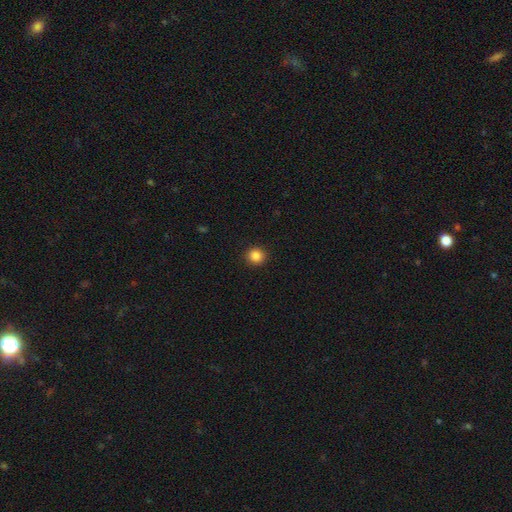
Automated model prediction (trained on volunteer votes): smooth_or_featured: smooth (p=0.86) [alt: star or artifact p=0.11]
how_rounded: round (p=0.92) [alt: in between p=0.07]
merging: none (p=0.93) [alt: minor disturbance p=0.05]